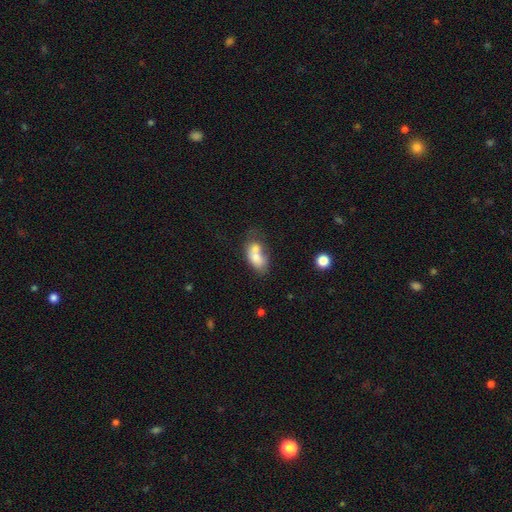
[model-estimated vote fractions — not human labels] Smooth or featured?
  - smooth: 69% *
  - featured or disk: 22%
  - star or artifact: 9%
How rounded?
  - in between: 84% *
  - round: 12%
  - cigar-shaped: 4%
Merging?
  - merger: 58% *
  - none: 23%
  - minor disturbance: 12%
  - major disturbance: 8%